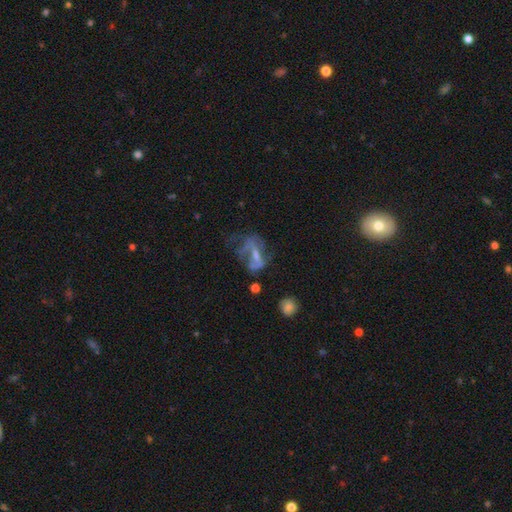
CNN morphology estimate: A featured or disk galaxy (64%) with no bar (41%), no spiral arms (52%) and a small central bulge (37%).

Vote fractions:
- Smooth or featured? featured or disk: 64% / smooth: 22% / star or artifact: 14%
- Edge-on disk? no: 95% / yes: 5%
- Bar? no: 41% / weak: 37% / strong: 22%
- Spiral arms? no: 52% / yes: 48%
- Bulge size? small: 37% / moderate: 31% / none: 27% / large: 4% / dominant: 1%
- Merging? major disturbance: 45% / none: 30% / minor disturbance: 17% / merger: 8%